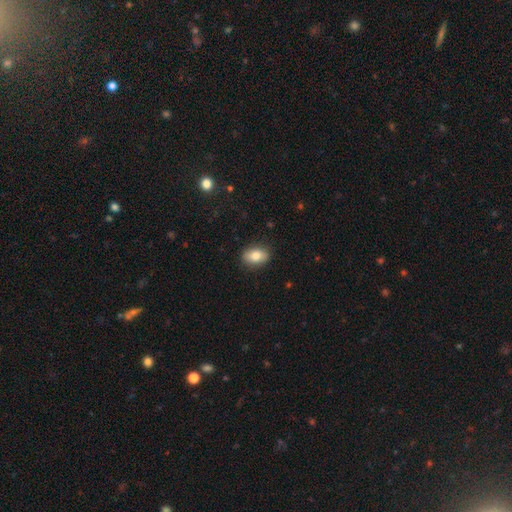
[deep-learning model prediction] This appears to be a smooth galaxy with no disk features (78%) that is in between round and cigar-shaped (77%). Merging: none (86%).